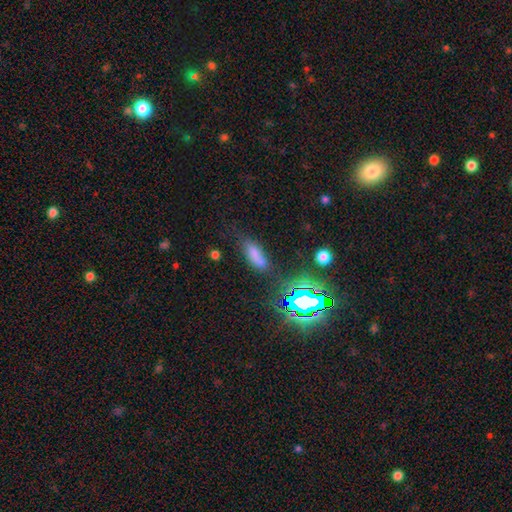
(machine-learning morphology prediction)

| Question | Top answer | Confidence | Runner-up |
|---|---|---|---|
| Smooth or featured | smooth | 68% | star or artifact (20%) |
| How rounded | in between | 69% | cigar-shaped (26%) |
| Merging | none | 57% | minor disturbance (24%) |